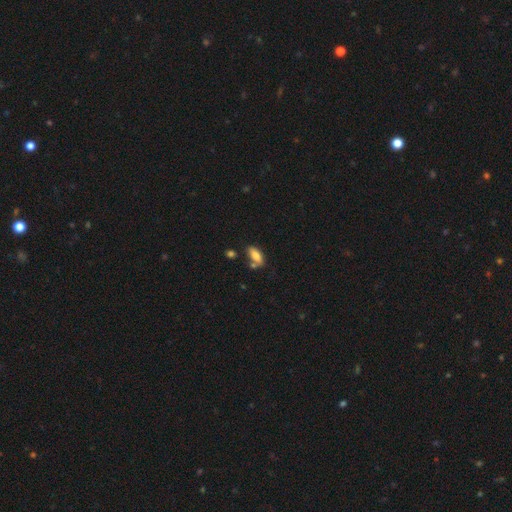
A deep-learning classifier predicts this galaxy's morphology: Smooth or featured?
  - smooth: 77% *
  - featured or disk: 15%
  - star or artifact: 8%
How rounded?
  - in between: 80% *
  - cigar-shaped: 17%
  - round: 3%
Merging?
  - none: 59% *
  - minor disturbance: 20%
  - merger: 16%
  - major disturbance: 6%